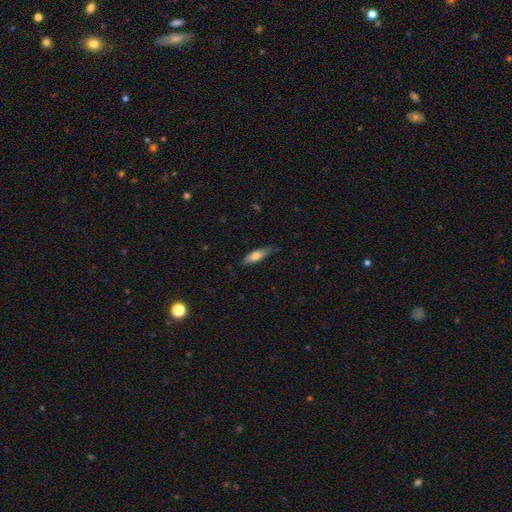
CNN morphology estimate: smooth 68%, featured or disk 26%, star or artifact 6%. Down the decision tree: how rounded — in between (52%); merging — none (66%).